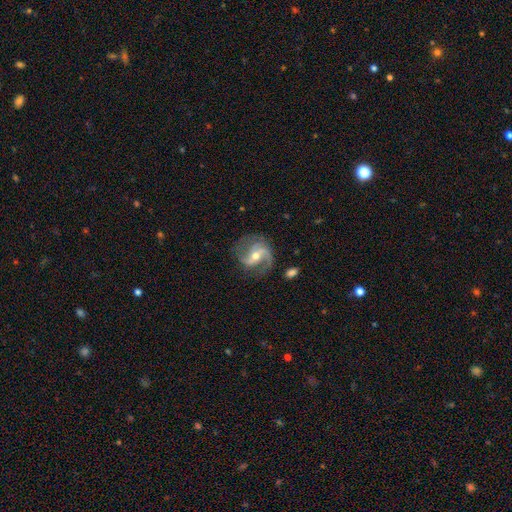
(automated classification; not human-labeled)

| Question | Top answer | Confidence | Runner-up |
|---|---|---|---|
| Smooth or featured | featured or disk | 87% | smooth (7%) |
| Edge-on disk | no | 97% | yes (3%) |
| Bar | weak | 39% | strong (35%) |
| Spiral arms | yes | 96% | no (4%) |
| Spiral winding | medium | 45% | loose (42%) |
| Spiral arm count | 2 | 83% | 1 (5%) |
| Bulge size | moderate | 59% | small (37%) |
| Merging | none | 71% | minor disturbance (18%) |